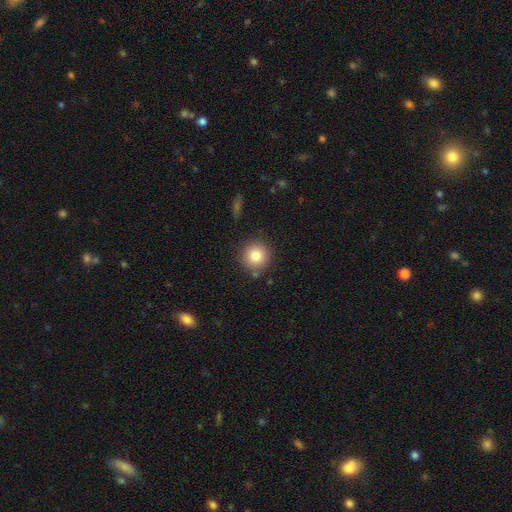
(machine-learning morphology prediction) Smooth or featured? smooth (82%)
How rounded? round (94%)
Merging? none (85%)